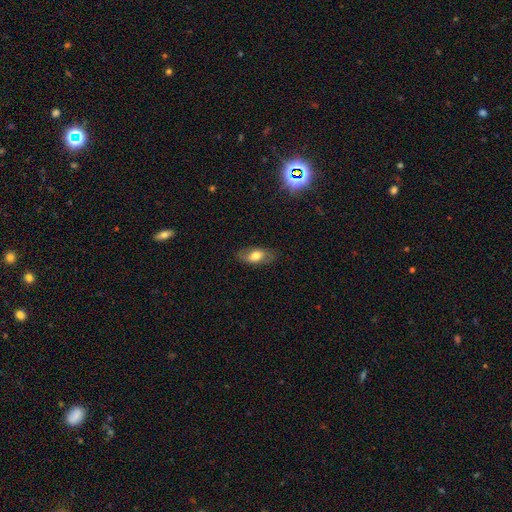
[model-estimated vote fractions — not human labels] Smooth or featured? Predicted: smooth (p=0.63). How rounded? Predicted: in between (p=0.86). Merging? Predicted: none (p=0.81).